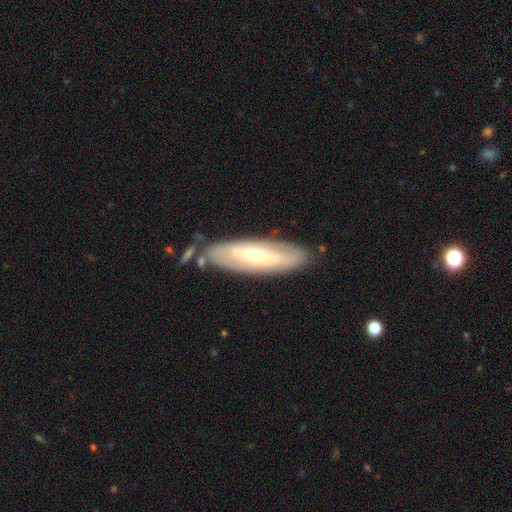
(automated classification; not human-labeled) A featured or disk galaxy (57%). Merging: none (77%).